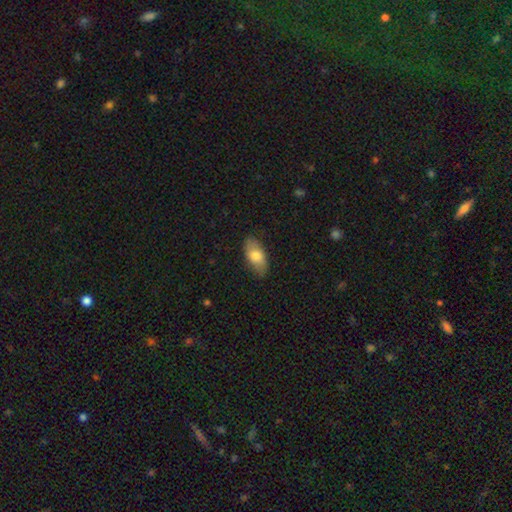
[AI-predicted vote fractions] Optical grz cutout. It shows a smooth galaxy with no disk features (76%) that is in between round and cigar-shaped (91%). Merging: none (81%).